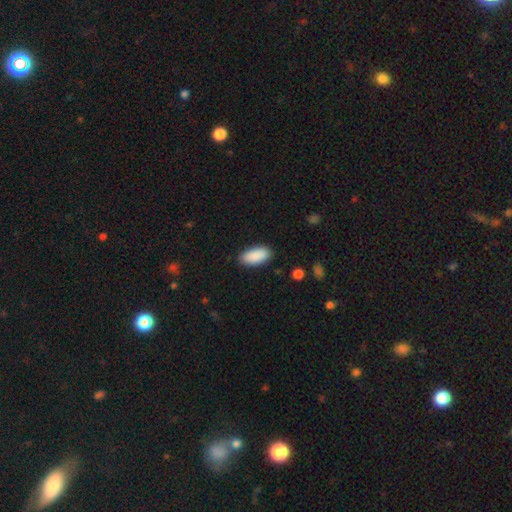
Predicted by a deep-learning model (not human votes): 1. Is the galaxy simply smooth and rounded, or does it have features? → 91% smooth, 6% star or artifact, 3% featured or disk.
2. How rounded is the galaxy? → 92% in between, 7% cigar-shaped, 2% round.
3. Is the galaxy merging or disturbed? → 87% none, 9% minor disturbance, 2% major disturbance, 1% merger.